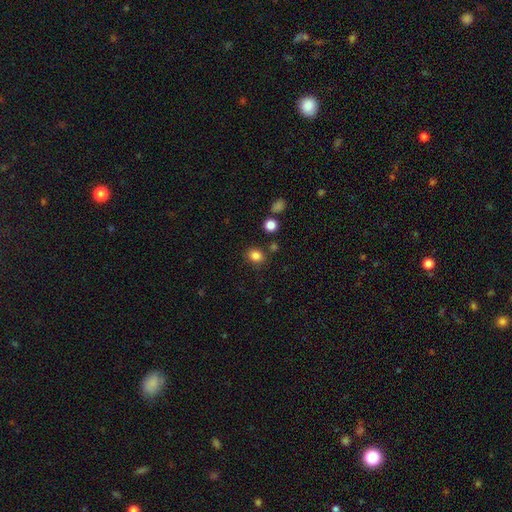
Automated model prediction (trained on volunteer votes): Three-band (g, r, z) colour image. It shows a smooth galaxy with no disk features (83%) that is round (58%). Merging: none (82%).